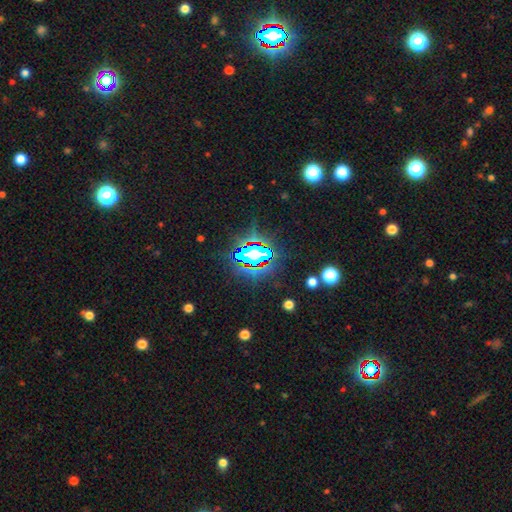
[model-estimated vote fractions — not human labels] smooth-or-featured: star or artifact: 82% | smooth: 11% | featured or disk: 7%